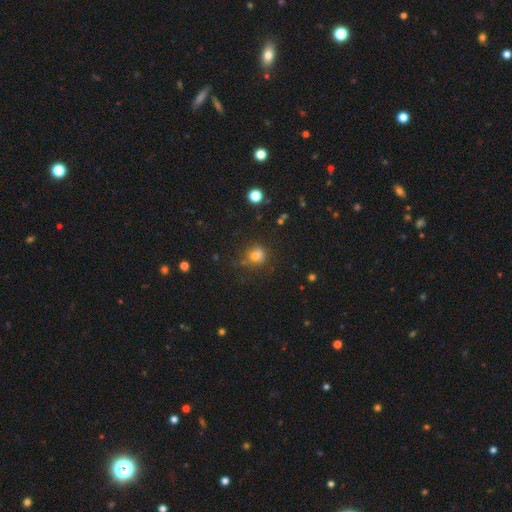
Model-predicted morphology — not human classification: Smooth or featured?
  - smooth: 72% *
  - star or artifact: 17%
  - featured or disk: 11%
How rounded?
  - round: 69% *
  - in between: 30%
  - cigar-shaped: 1%
Merging?
  - none: 57% *
  - minor disturbance: 24%
  - major disturbance: 13%
  - merger: 6%